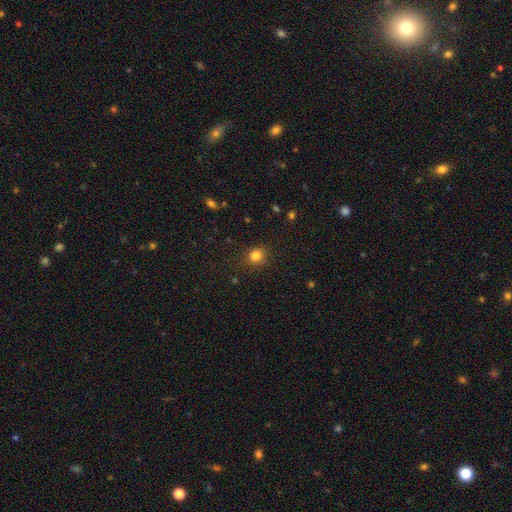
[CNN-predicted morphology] A smooth galaxy with no disk features (82%) that is round (80%). Merging: none (85%).